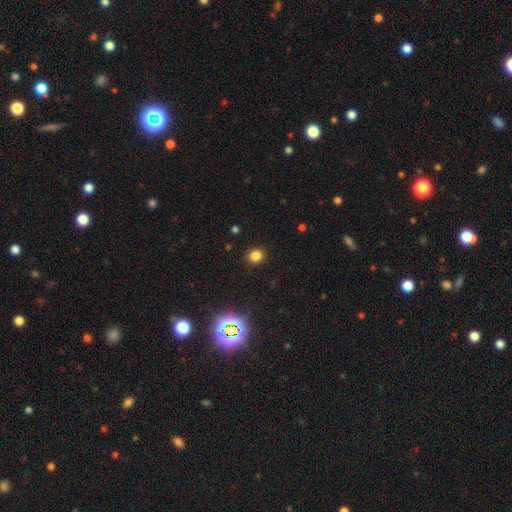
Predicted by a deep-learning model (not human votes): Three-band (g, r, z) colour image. It shows a smooth galaxy with no disk features (79%) that is round (80%). Merging: none (91%).